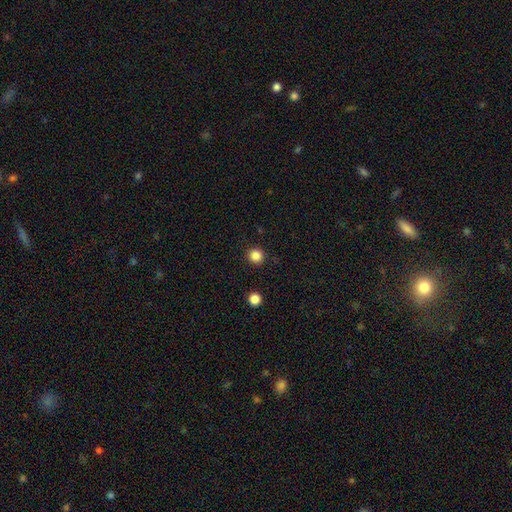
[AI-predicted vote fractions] This is clearly a smooth galaxy (85%). How rounded: clearly round (93%). Merging: clearly none (92%).